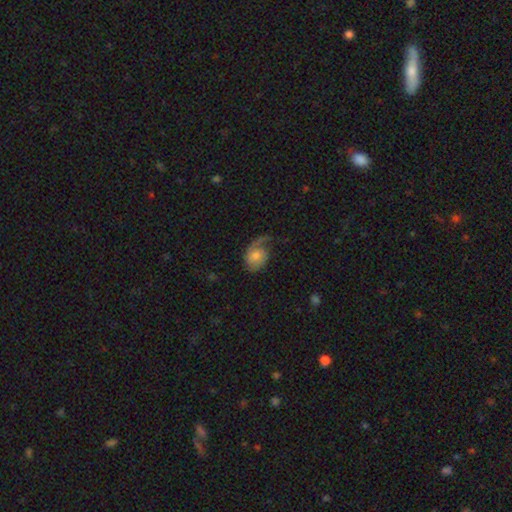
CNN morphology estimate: Smooth or featured? Predicted: featured or disk (p=0.60). Edge-on disk? Predicted: no (p=0.97). Bar? Predicted: no (p=0.67). Spiral arms? Predicted: yes (p=0.89). Spiral winding? Predicted: loose (p=0.42). Spiral arm count? Predicted: 1 (p=0.62). Bulge size? Predicted: moderate (p=0.48). Merging? Predicted: none (p=0.42).